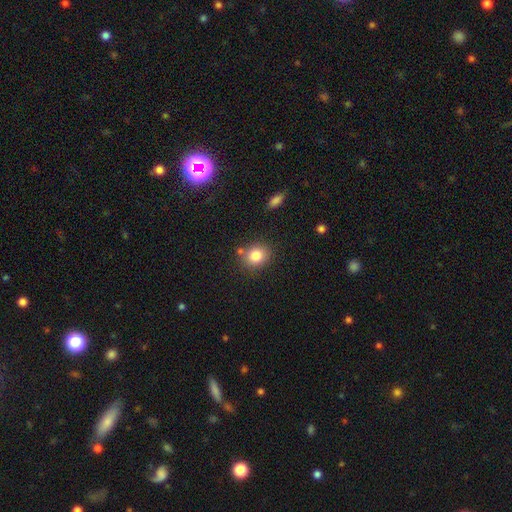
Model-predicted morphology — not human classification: Smooth or featured? smooth (83%)
How rounded? round (67%)
Merging? none (78%)